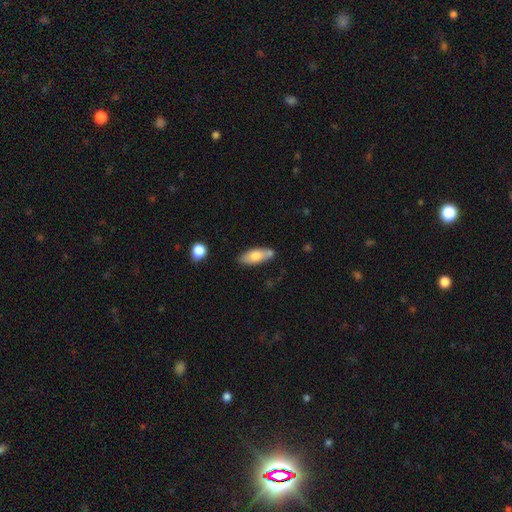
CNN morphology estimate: Q: Smooth or featured?
A: smooth (73%); runner-up: featured or disk (20%)
Q: How rounded?
A: in between (73%); runner-up: cigar-shaped (25%)
Q: Merging?
A: none (66%); runner-up: minor disturbance (18%)